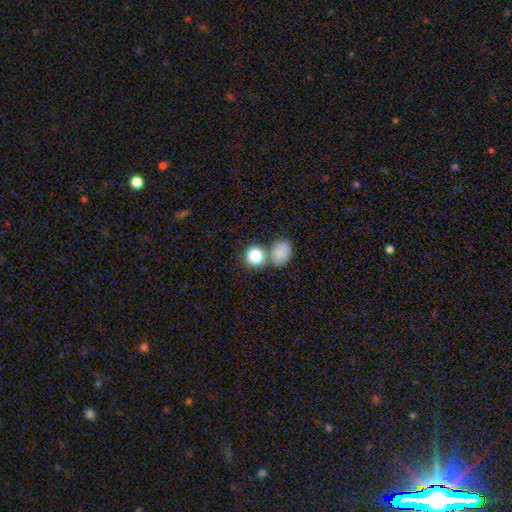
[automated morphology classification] Overall: smooth (85%). How rounded: round (76%). Merging: none (51%; merger 36%).